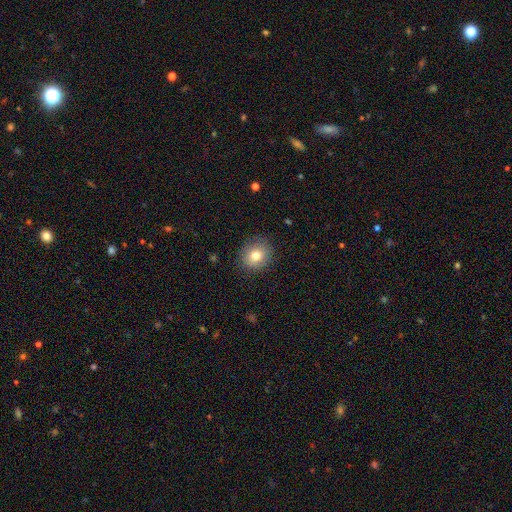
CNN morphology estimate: Q: Smooth or featured?
A: smooth (79%); runner-up: featured or disk (11%)
Q: How rounded?
A: round (71%); runner-up: in between (28%)
Q: Merging?
A: none (87%); runner-up: minor disturbance (10%)